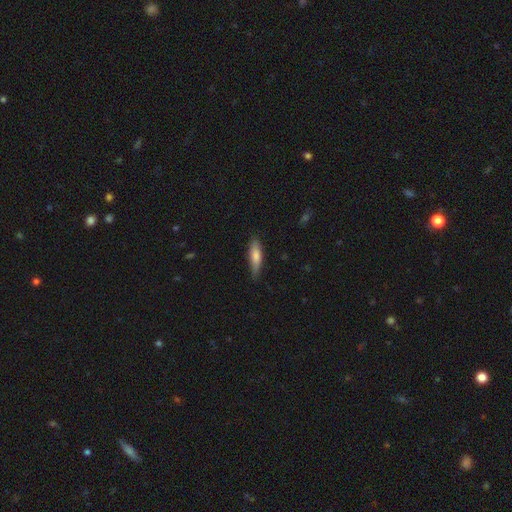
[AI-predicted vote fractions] Smooth or featured?
  - smooth: 74% *
  - featured or disk: 20%
  - star or artifact: 6%
How rounded?
  - cigar-shaped: 67% *
  - in between: 32%
  - round: 2%
Merging?
  - none: 76% *
  - minor disturbance: 20%
  - major disturbance: 3%
  - merger: 1%